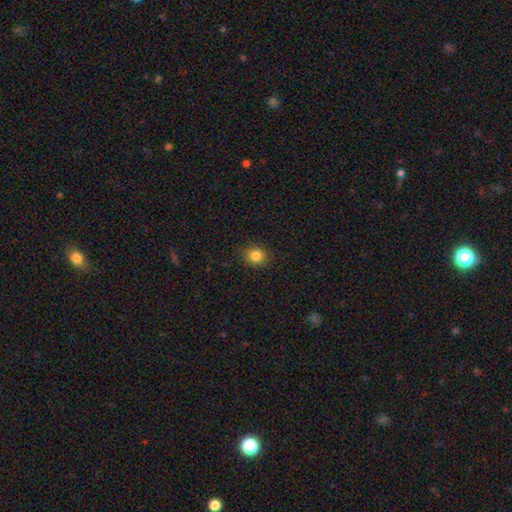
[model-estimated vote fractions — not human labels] Smooth or featured?
  - smooth: 83% *
  - star or artifact: 11%
  - featured or disk: 5%
How rounded?
  - round: 70% *
  - in between: 29%
  - cigar-shaped: 1%
Merging?
  - none: 89% *
  - minor disturbance: 8%
  - major disturbance: 2%
  - merger: 1%